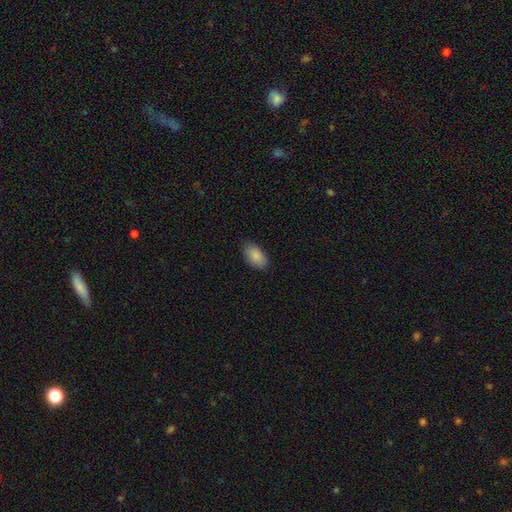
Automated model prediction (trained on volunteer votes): smooth 87%, star or artifact 7%, featured or disk 6%. Down the decision tree: how rounded — in between (93%); merging — none (83%).